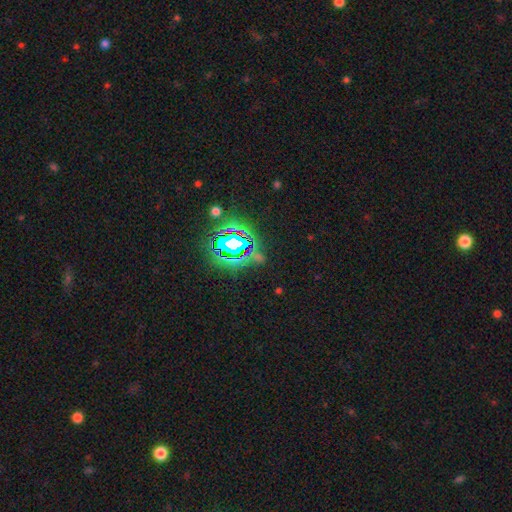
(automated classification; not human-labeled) star or artifact 76%, smooth 14%, featured or disk 10%.